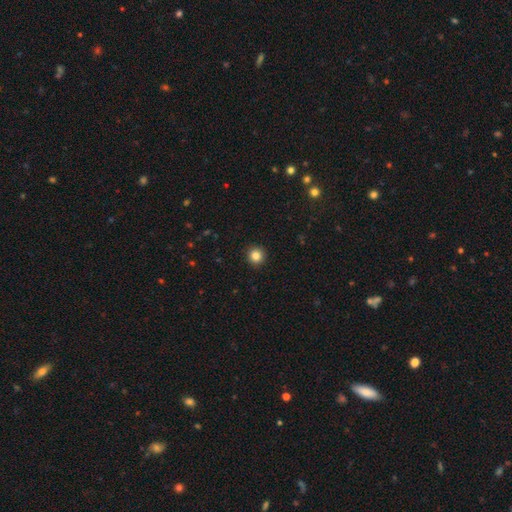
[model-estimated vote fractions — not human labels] smooth 85%, star or artifact 11%, featured or disk 4%. Down the decision tree: how rounded — round (95%); merging — none (93%).